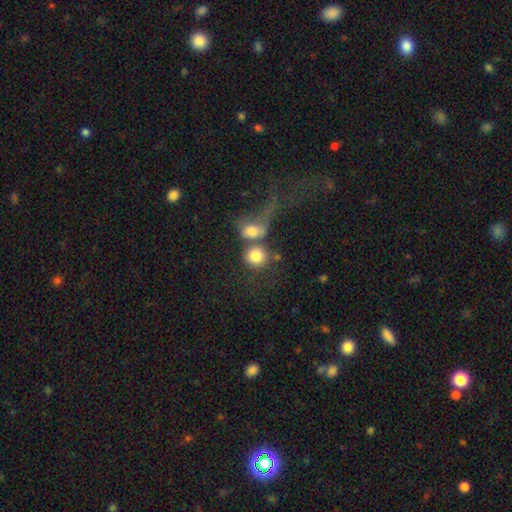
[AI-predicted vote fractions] This appears to be a smooth galaxy with no disk features (78%) that is round (80%). Merging: merger (53%).